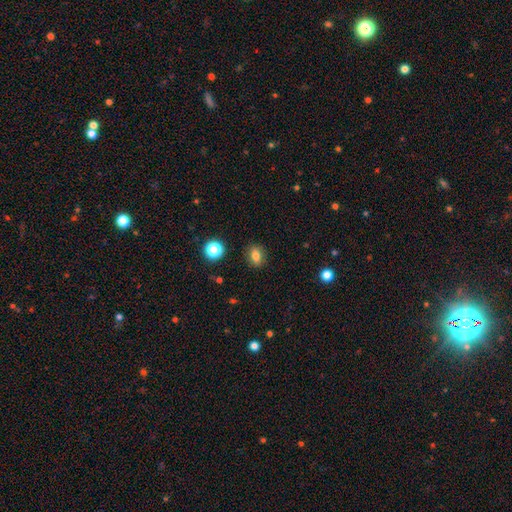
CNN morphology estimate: smooth 78%, star or artifact 12%, featured or disk 10%. Down the decision tree: how rounded — in between (65%); merging — none (87%).